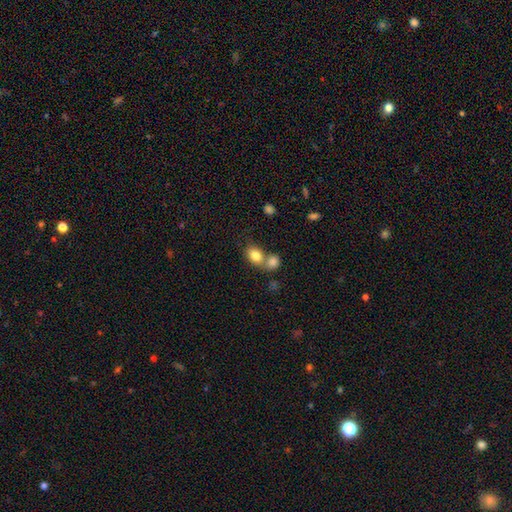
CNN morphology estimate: smooth 82%, star or artifact 9%, featured or disk 9%. Down the decision tree: how rounded — in between (60%); merging — merger (51%).